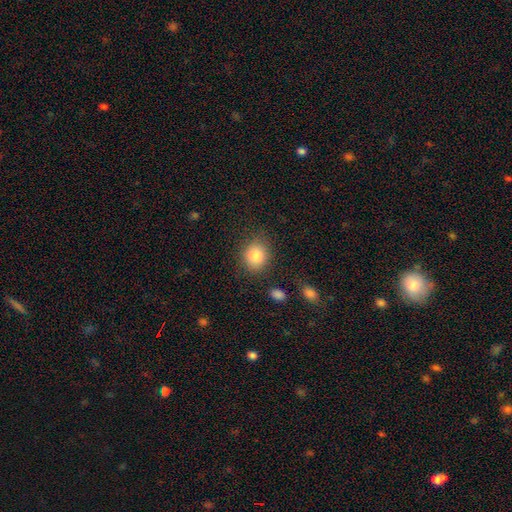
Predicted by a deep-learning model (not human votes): The model was most divided on "how rounded": round: 68%, in between: 31%, cigar-shaped: 1%. More confident: smooth or featured — smooth (85%); merging — none (81%).